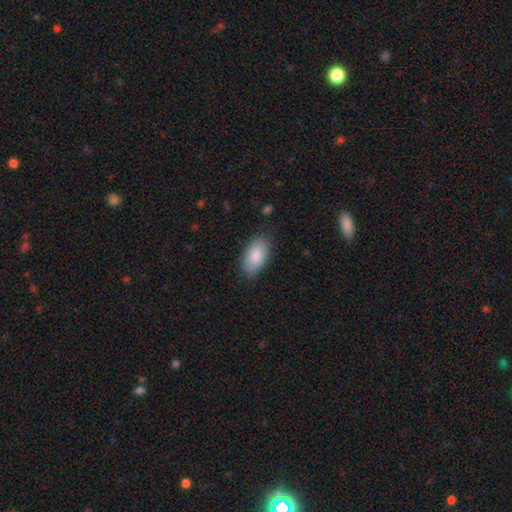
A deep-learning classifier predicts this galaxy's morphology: smooth-or-featured: smooth: 84% | featured or disk: 10% | star or artifact: 6%
  how-rounded: in between: 94% | round: 4% | cigar-shaped: 2%
  merging: none: 79% | minor disturbance: 16% | major disturbance: 3% | merger: 1%